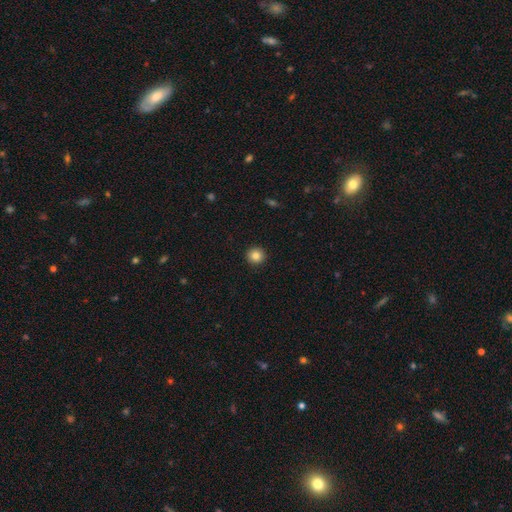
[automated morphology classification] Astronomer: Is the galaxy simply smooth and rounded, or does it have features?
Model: smooth — 84%.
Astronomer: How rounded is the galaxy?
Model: round — 95%.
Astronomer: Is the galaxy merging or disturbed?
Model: none — 93%.